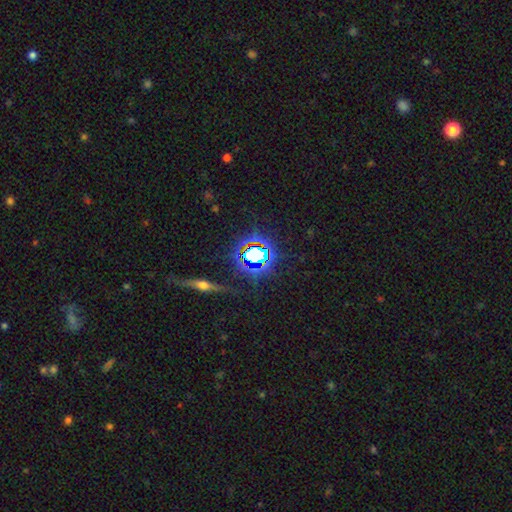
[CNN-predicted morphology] This appears to be a star or artifact, not a galaxy (72%).